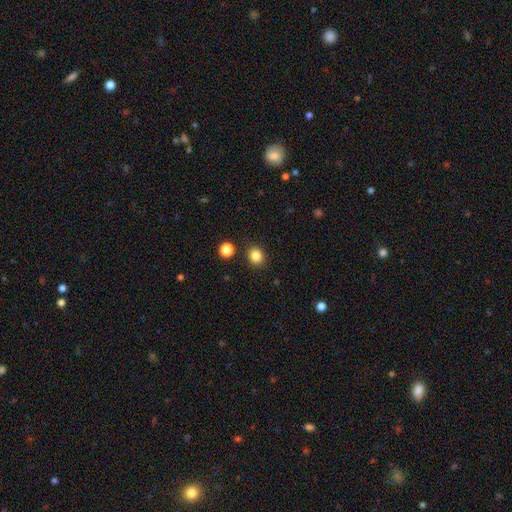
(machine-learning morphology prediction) A smooth galaxy with no disk features (84%) that is round (72%). Merging: none (89%).